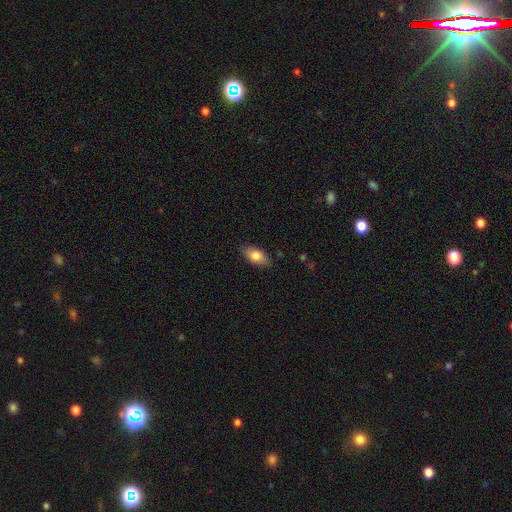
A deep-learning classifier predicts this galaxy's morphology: This appears to be a smooth galaxy with no disk features (79%) that is in between round and cigar-shaped (89%). Merging: none (83%).